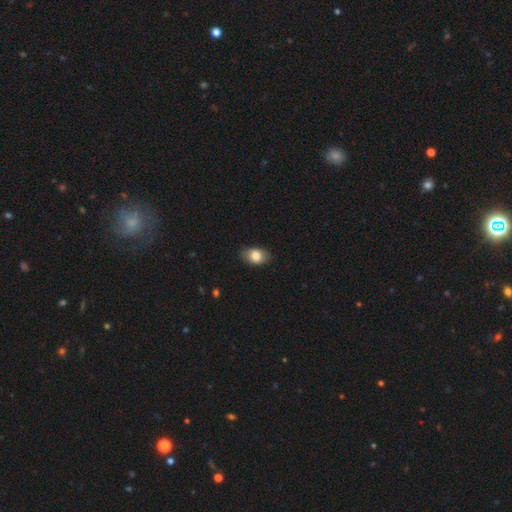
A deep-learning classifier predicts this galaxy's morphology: Overall: smooth (82%). How rounded: in between (85%). Merging: none (83%).